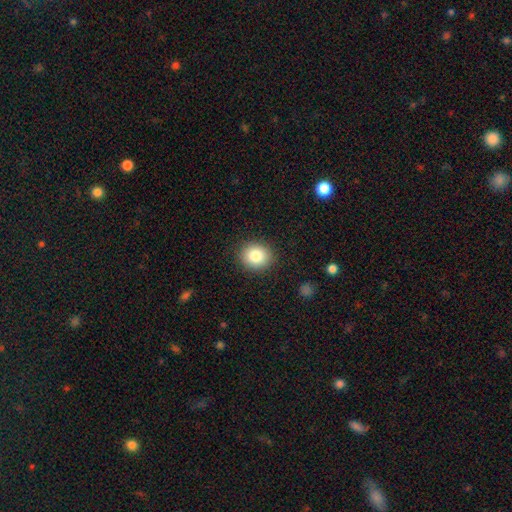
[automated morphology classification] smooth_or_featured: smooth (p=0.84) [alt: star or artifact p=0.09]
how_rounded: round (p=0.76) [alt: in between p=0.23]
merging: none (p=0.89) [alt: minor disturbance p=0.07]